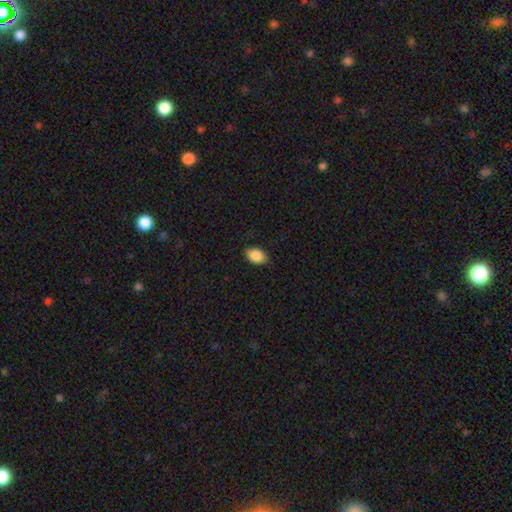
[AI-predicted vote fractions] smooth_or_featured: smooth (p=0.88) [alt: star or artifact p=0.08]
how_rounded: in between (p=0.87) [alt: round p=0.12]
merging: none (p=0.86) [alt: minor disturbance p=0.11]